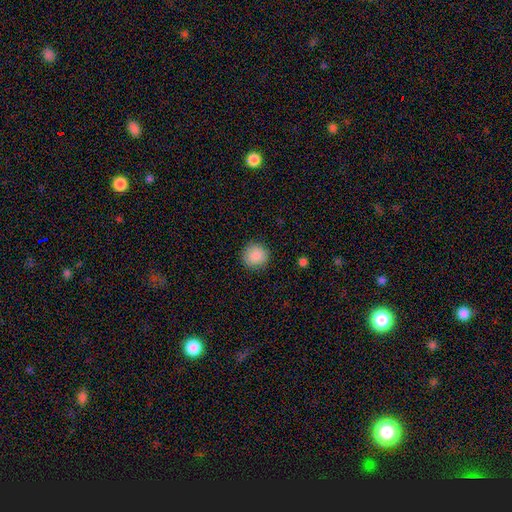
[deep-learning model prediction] Q: Smooth or featured?
A: smooth (88%); runner-up: star or artifact (8%)
Q: How rounded?
A: round (92%); runner-up: in between (7%)
Q: Merging?
A: none (90%); runner-up: minor disturbance (7%)